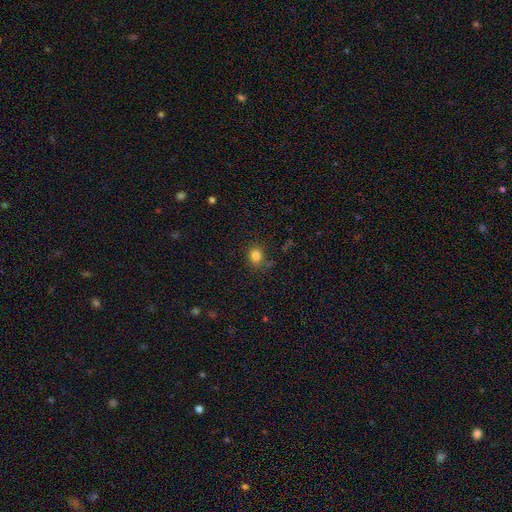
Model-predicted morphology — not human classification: Smooth or featured?
  - smooth: 81% *
  - star or artifact: 13%
  - featured or disk: 6%
How rounded?
  - round: 71% *
  - in between: 28%
  - cigar-shaped: 1%
Merging?
  - none: 81% *
  - minor disturbance: 12%
  - major disturbance: 4%
  - merger: 3%